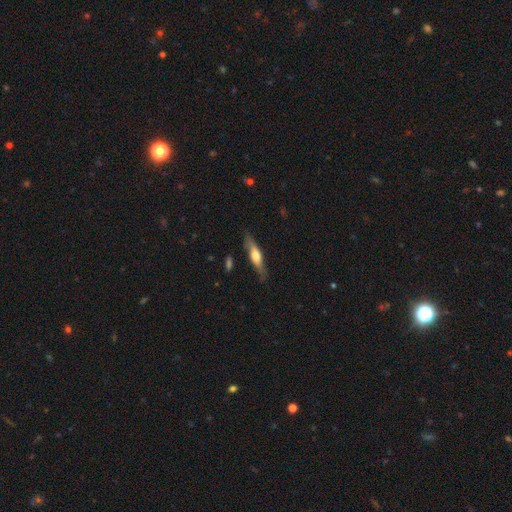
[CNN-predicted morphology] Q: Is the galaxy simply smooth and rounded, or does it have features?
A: featured or disk — 50%.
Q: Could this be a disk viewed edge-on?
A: yes — 85%.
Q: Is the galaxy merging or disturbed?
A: none — 78%.